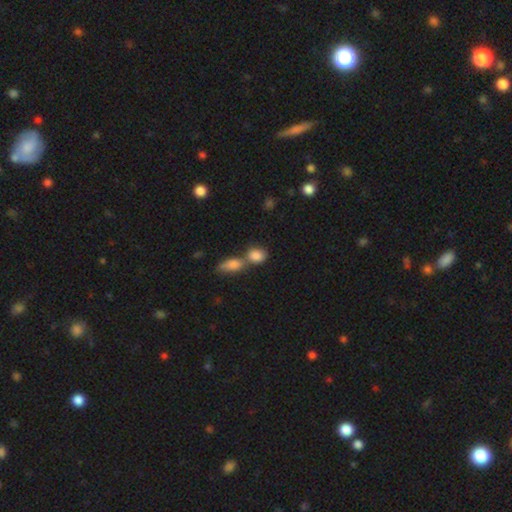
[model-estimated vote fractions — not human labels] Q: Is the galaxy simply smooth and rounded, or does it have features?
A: smooth — 84%.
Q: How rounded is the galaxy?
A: in between — 62%.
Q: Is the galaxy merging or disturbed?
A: merger — 55%.